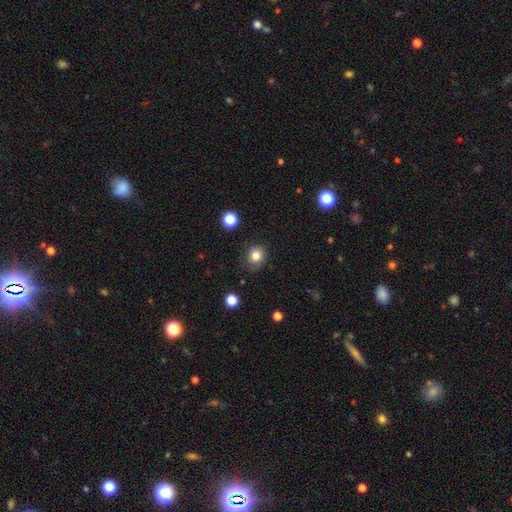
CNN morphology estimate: This is clearly a smooth galaxy (81%). How rounded: likely round (79%). Merging: likely none (80%).